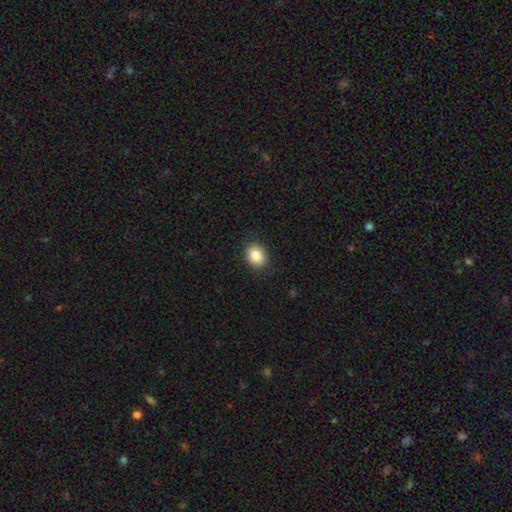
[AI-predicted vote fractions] smooth_or_featured: smooth (p=0.87) [alt: star or artifact p=0.08]
how_rounded: round (p=0.55) [alt: in between p=0.44]
merging: none (p=0.88) [alt: minor disturbance p=0.09]